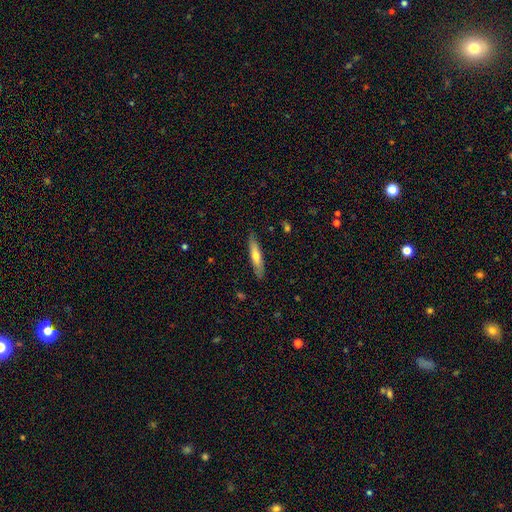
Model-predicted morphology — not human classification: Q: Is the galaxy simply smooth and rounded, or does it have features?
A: smooth — 61%.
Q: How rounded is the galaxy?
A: cigar-shaped — 84%.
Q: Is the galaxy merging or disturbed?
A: none — 86%.